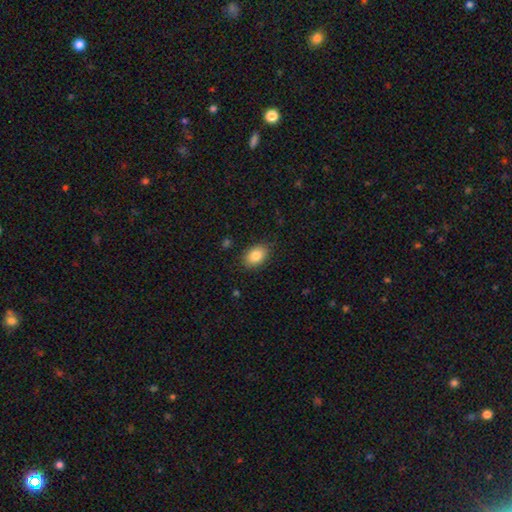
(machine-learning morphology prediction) A smooth galaxy with no disk features (85%) that is in between round and cigar-shaped (83%).

Vote fractions:
- Smooth or featured? smooth: 85% / star or artifact: 8% / featured or disk: 7%
- How rounded? in between: 83% / round: 15% / cigar-shaped: 1%
- Merging? none: 83% / minor disturbance: 13% / major disturbance: 3% / merger: 1%